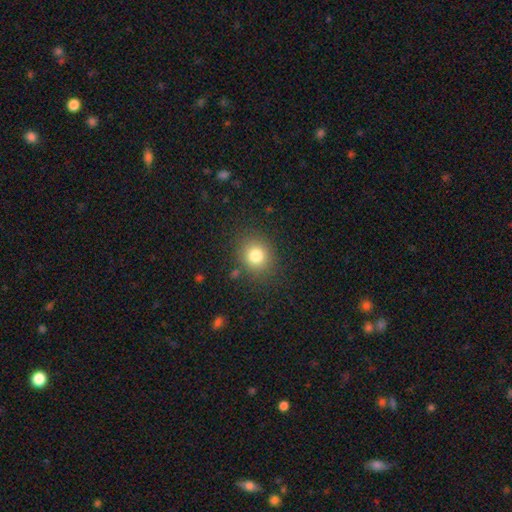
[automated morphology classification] A smooth galaxy with no disk features (80%) that is round (76%).

Vote fractions:
- Smooth or featured? smooth: 80% / star or artifact: 12% / featured or disk: 8%
- How rounded? round: 76% / in between: 23% / cigar-shaped: 1%
- Merging? none: 85% / minor disturbance: 9% / major disturbance: 4% / merger: 2%